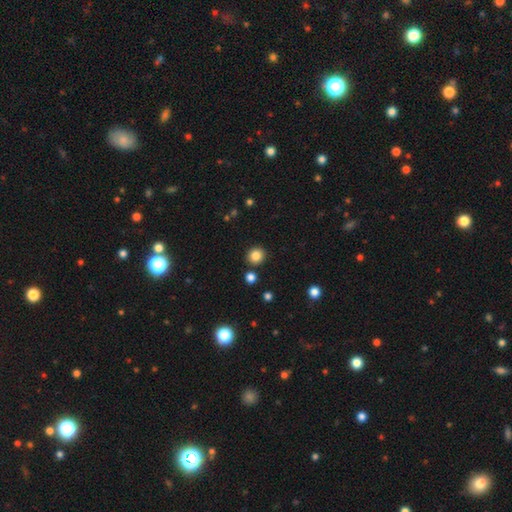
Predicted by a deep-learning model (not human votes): smooth_or_featured: smooth (p=0.84) [alt: star or artifact p=0.11]
how_rounded: round (p=0.88) [alt: in between p=0.11]
merging: none (p=0.87) [alt: minor disturbance p=0.06]